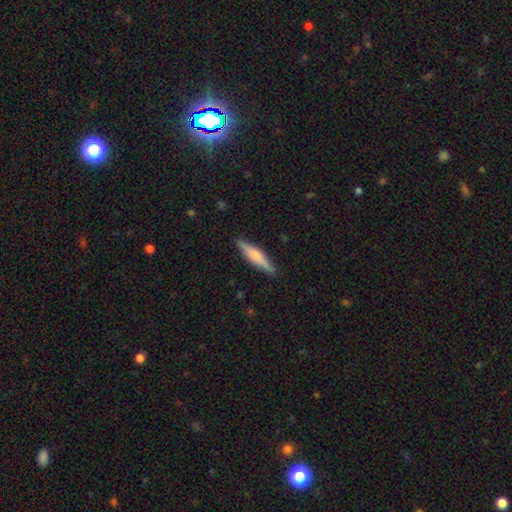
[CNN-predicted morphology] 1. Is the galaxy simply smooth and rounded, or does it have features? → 51% smooth, 43% featured or disk, 6% star or artifact.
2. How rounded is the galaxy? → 86% cigar-shaped, 13% in between, 2% round.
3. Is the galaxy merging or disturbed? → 89% none, 8% minor disturbance, 2% major disturbance, 1% merger.